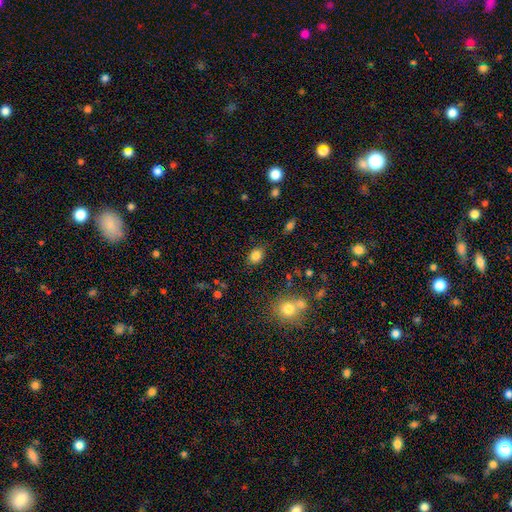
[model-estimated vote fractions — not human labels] A smooth galaxy with no disk features (84%) that is in between round and cigar-shaped (65%). Merging: none (82%).